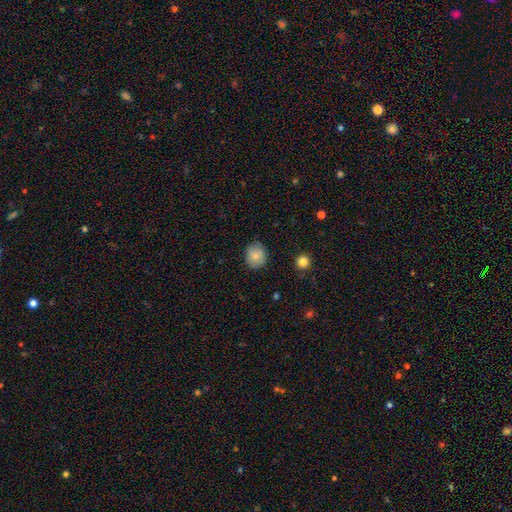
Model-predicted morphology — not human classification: Smooth or featured? smooth (80%)
How rounded? round (73%)
Merging? none (83%)